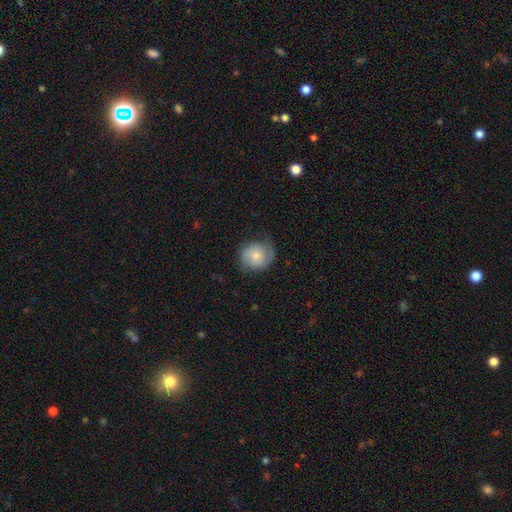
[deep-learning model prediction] A smooth galaxy with no disk features (57%) that is round (78%).

Vote fractions:
- Smooth or featured? smooth: 57% / featured or disk: 36% / star or artifact: 7%
- How rounded? round: 78% / in between: 21% / cigar-shaped: 1%
- Merging? none: 68% / minor disturbance: 23% / major disturbance: 8% / merger: 1%